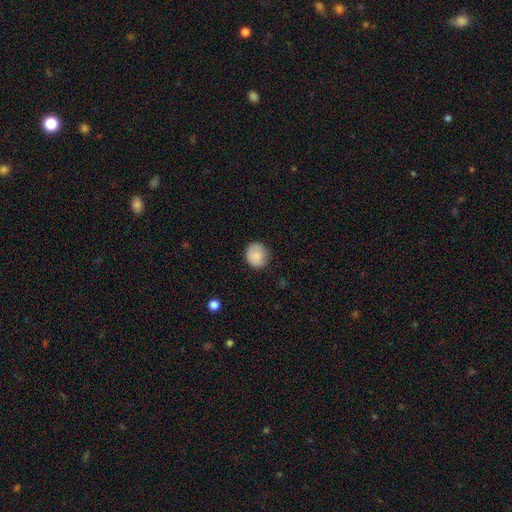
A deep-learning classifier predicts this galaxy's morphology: Smooth or featured? smooth (84%)
How rounded? round (81%)
Merging? none (80%)